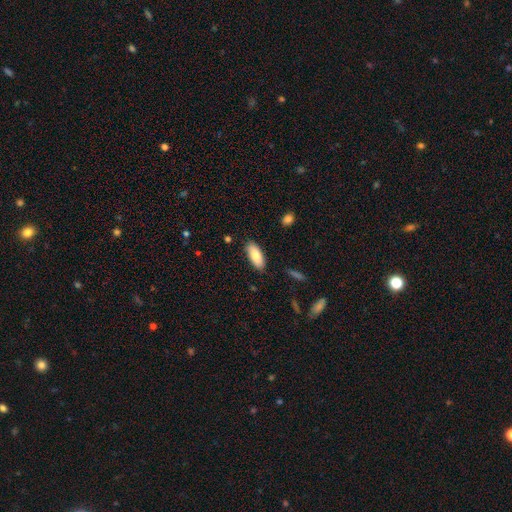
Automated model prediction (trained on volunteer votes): Q: Smooth or featured?
A: smooth (84%); runner-up: featured or disk (10%)
Q: How rounded?
A: in between (84%); runner-up: cigar-shaped (14%)
Q: Merging?
A: none (85%); runner-up: minor disturbance (11%)